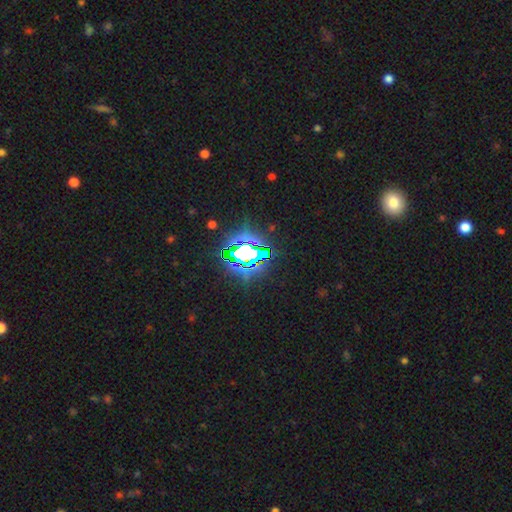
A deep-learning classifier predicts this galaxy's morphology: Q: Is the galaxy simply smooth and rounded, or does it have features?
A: star or artifact — 76%.